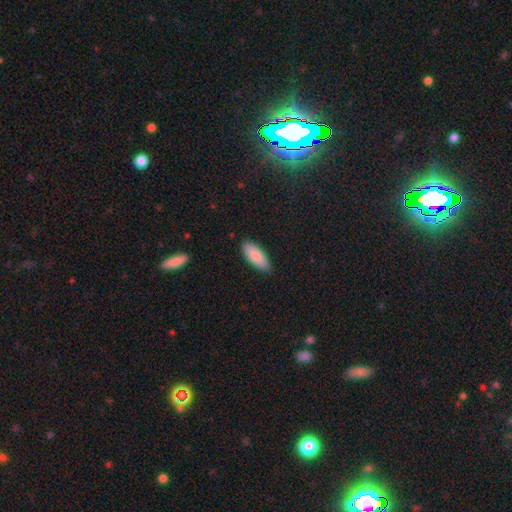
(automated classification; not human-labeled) Smooth or featured?
  - smooth: 83% *
  - featured or disk: 11%
  - star or artifact: 6%
How rounded?
  - in between: 79% *
  - cigar-shaped: 19%
  - round: 2%
Merging?
  - none: 86% *
  - minor disturbance: 11%
  - major disturbance: 2%
  - merger: 1%